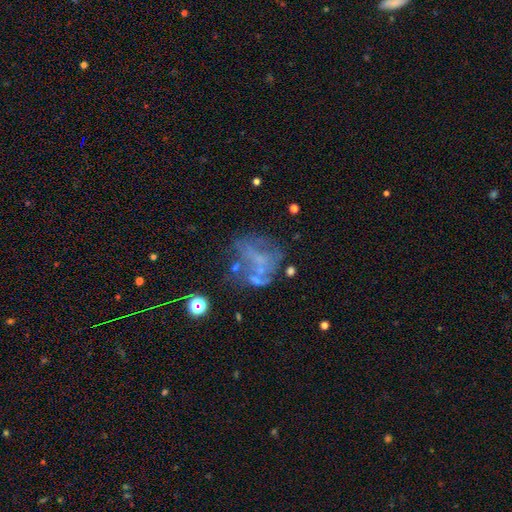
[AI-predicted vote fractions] The model was most divided on "merging": none: 39%, major disturbance: 32%, minor disturbance: 18%, merger: 11%. More confident: edge-on disk — no (98%); bar — no (86%); spiral arms — no (84%); bulge size — none (72%); smooth or featured — featured or disk (57%).